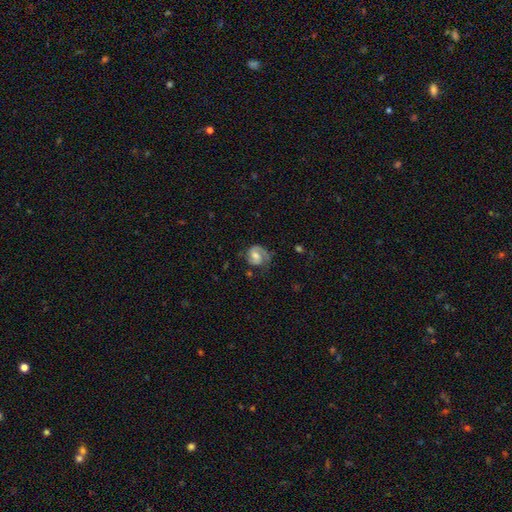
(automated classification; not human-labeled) The model was most divided on "bar": weak: 45%, no: 39%, strong: 15%. Remaining: edge-on disk — no (98%); spiral arms — yes (92%); smooth or featured — featured or disk (71%); spiral arm count — 2 (63%); merging — none (59%); bulge size — moderate (51%); spiral winding — medium (45%).